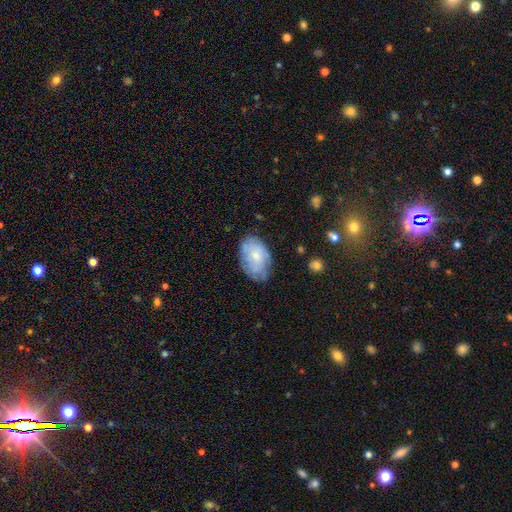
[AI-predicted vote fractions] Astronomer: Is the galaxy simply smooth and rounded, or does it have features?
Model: smooth — 61%.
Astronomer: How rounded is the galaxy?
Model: in between — 89%.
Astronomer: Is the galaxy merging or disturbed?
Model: none — 63%.